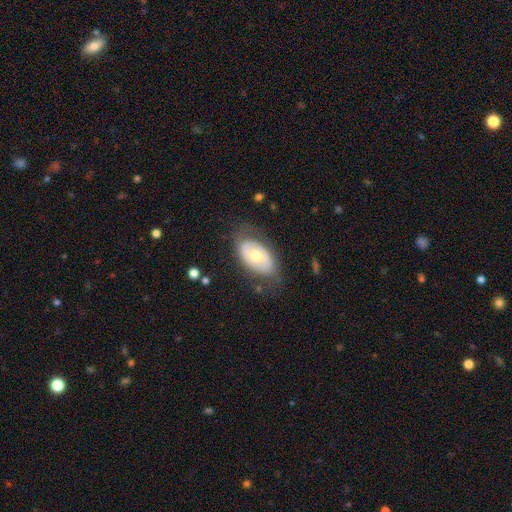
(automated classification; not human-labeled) smooth_or_featured: featured or disk (p=0.53) [alt: smooth p=0.42]
disk_edge_on: no (p=0.90) [alt: yes p=0.10]
merging: none (p=0.69) [alt: minor disturbance p=0.20]